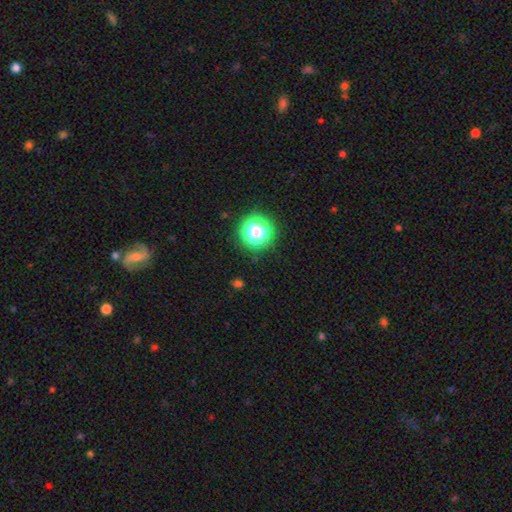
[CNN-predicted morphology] This is likely a star or artifact rather than a galaxy (67%).